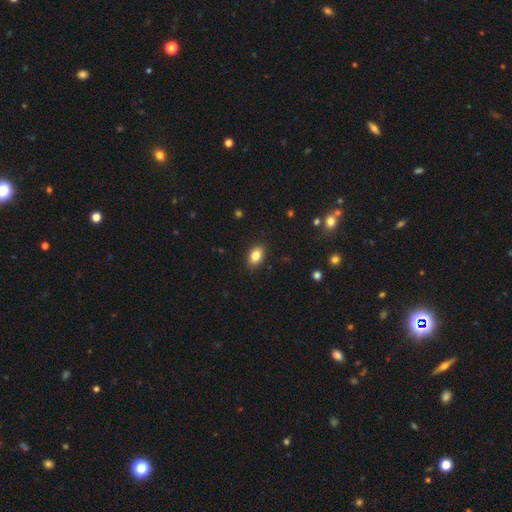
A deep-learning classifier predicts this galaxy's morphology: Overall: smooth (85%). How rounded: in between (83%). Merging: none (89%).